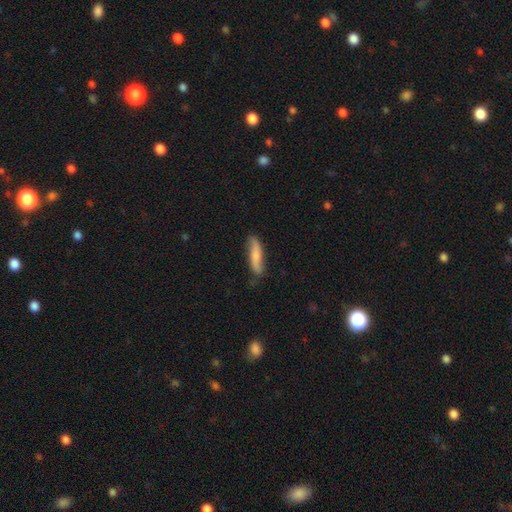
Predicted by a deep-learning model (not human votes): Smooth or featured: smooth — 65% (featured or disk — 29%)
How rounded: cigar-shaped — 78% (in between — 20%)
Merging: none — 76% (minor disturbance — 19%)